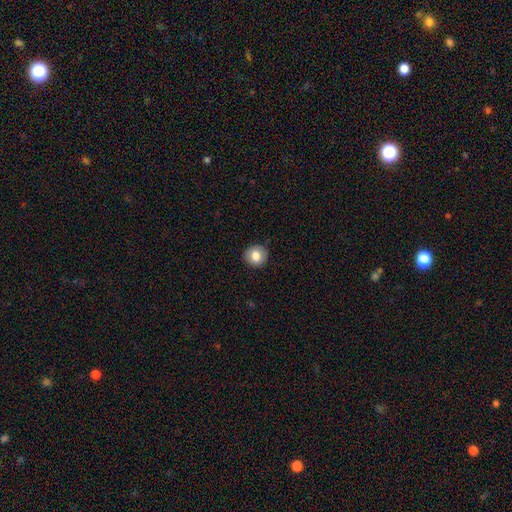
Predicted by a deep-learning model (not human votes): Smooth or featured?
  - smooth: 79% *
  - featured or disk: 12%
  - star or artifact: 9%
How rounded?
  - round: 88% *
  - in between: 11%
  - cigar-shaped: 1%
Merging?
  - none: 87% *
  - minor disturbance: 10%
  - major disturbance: 2%
  - merger: 1%